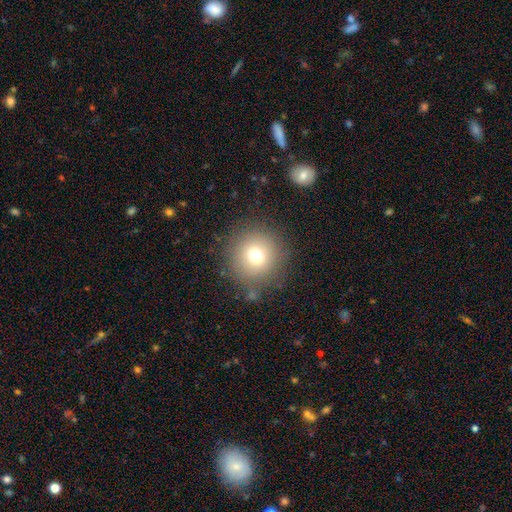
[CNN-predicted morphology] Smooth or featured?
  - smooth: 72% *
  - star or artifact: 15%
  - featured or disk: 12%
How rounded?
  - round: 94% *
  - in between: 5%
  - cigar-shaped: 1%
Merging?
  - none: 83% *
  - minor disturbance: 9%
  - major disturbance: 5%
  - merger: 2%